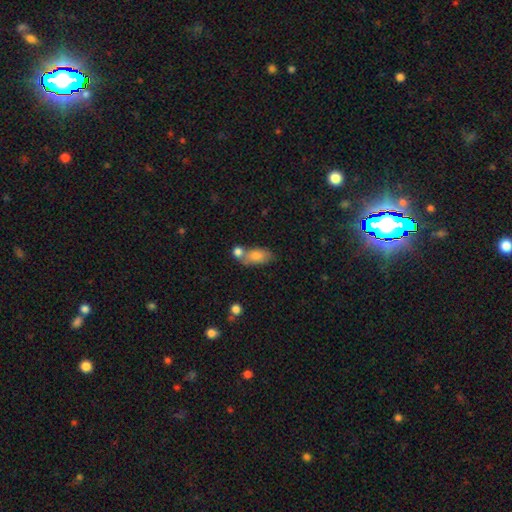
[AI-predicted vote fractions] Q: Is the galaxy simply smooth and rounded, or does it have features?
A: smooth — 76%.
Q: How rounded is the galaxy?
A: in between — 87%.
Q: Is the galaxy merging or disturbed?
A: none — 41%.